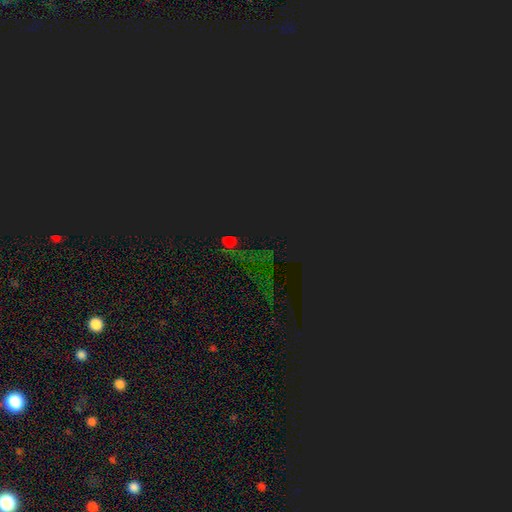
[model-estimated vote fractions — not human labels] This is likely a star or artifact rather than a galaxy (79%).